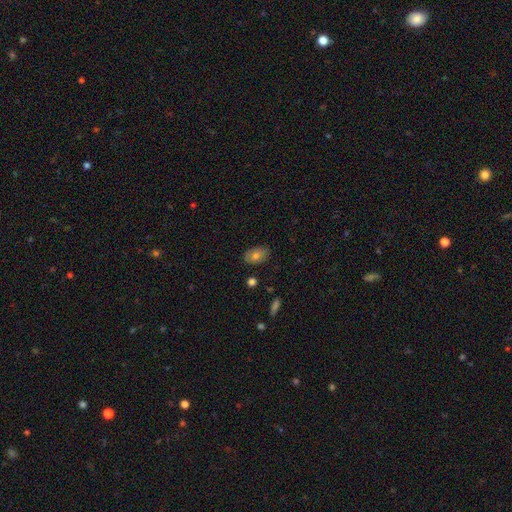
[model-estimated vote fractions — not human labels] Smooth or featured: smooth — 72% (featured or disk — 18%)
How rounded: in between — 87% (round — 12%)
Merging: none — 83% (minor disturbance — 13%)